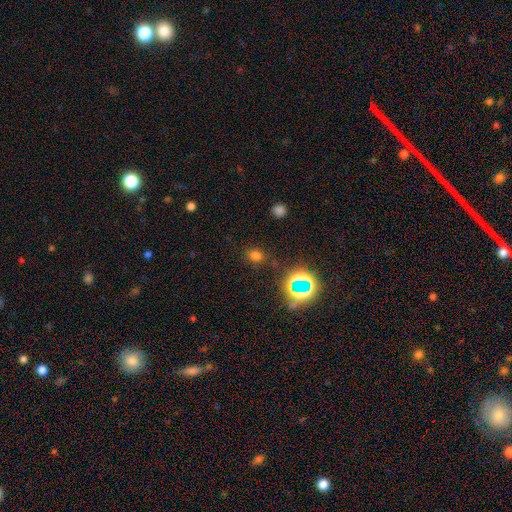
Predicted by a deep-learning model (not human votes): A smooth galaxy with no disk features (61%) that is round (50%). Merging: none (78%).